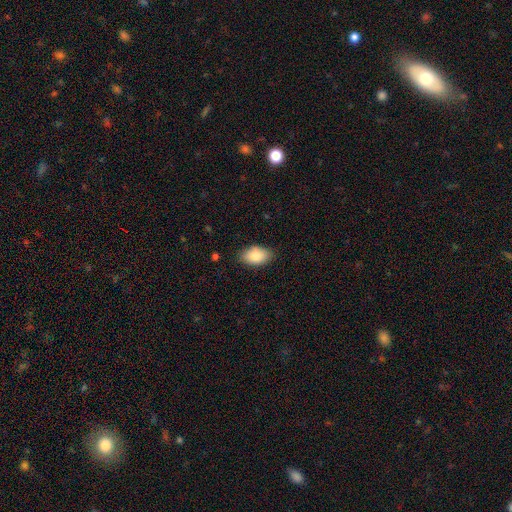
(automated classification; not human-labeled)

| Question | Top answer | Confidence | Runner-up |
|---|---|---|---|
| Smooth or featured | smooth | 87% | star or artifact (7%) |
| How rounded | in between | 92% | round (7%) |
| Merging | none | 83% | minor disturbance (13%) |